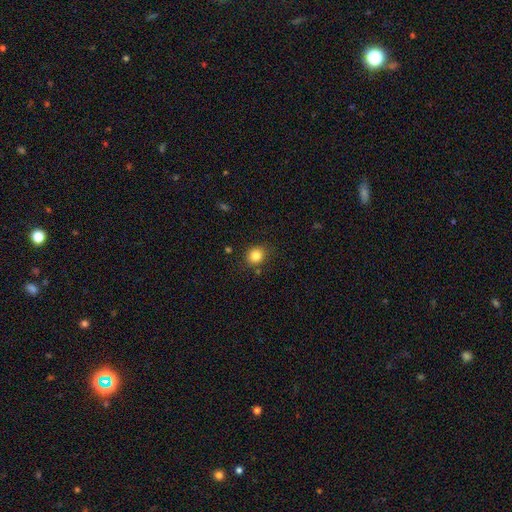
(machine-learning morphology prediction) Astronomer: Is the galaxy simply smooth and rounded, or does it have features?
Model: smooth — 82%.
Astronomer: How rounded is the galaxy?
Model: round — 77%.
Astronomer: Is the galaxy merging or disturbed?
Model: none — 84%.